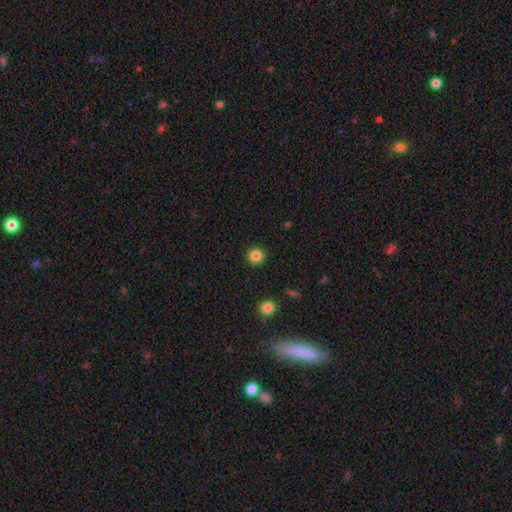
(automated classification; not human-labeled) This is clearly a smooth galaxy (85%). How rounded: clearly round (94%). Merging: clearly none (92%).